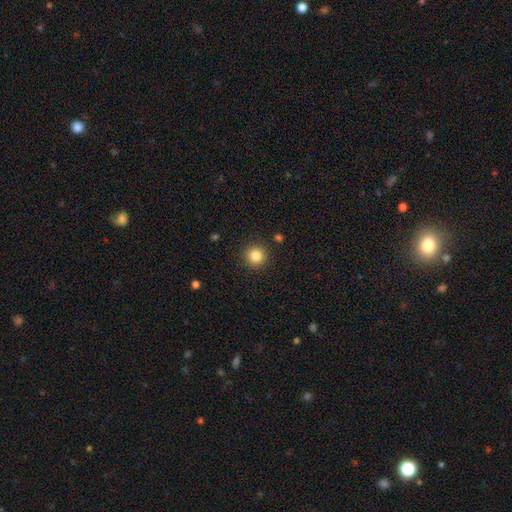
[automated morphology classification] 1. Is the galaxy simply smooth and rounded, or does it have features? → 84% smooth, 11% star or artifact, 5% featured or disk.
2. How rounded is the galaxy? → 95% round, 4% in between, 1% cigar-shaped.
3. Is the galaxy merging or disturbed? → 91% none, 6% minor disturbance, 2% major disturbance, 1% merger.